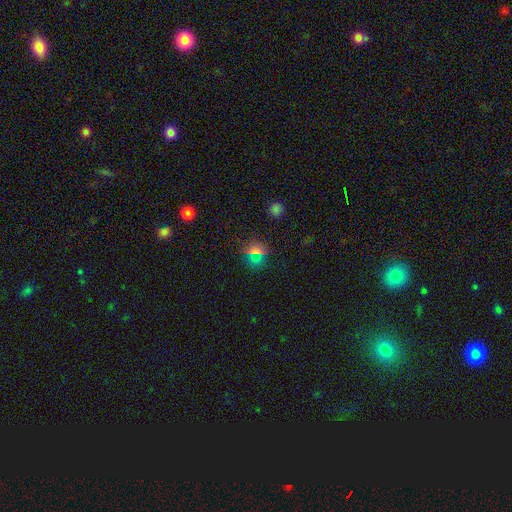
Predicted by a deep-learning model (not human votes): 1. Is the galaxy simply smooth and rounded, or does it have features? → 62% smooth, 30% star or artifact, 8% featured or disk.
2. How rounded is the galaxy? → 85% round, 13% in between, 3% cigar-shaped.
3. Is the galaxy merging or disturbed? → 86% none, 8% minor disturbance, 3% major disturbance, 3% merger.